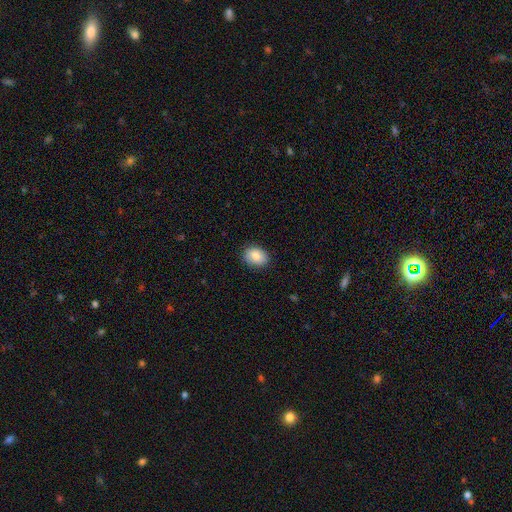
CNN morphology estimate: smooth-or-featured: smooth: 84% | featured or disk: 8% | star or artifact: 8%
  how-rounded: in between: 59% | round: 40% | cigar-shaped: 1%
  merging: none: 86% | minor disturbance: 11% | major disturbance: 2% | merger: 1%